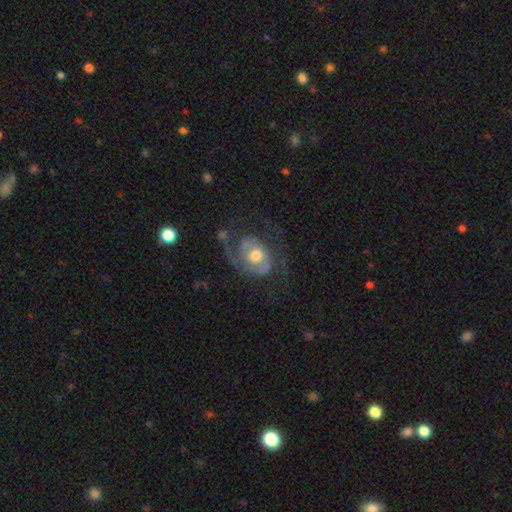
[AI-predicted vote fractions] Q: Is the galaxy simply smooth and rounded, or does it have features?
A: featured or disk — 71%.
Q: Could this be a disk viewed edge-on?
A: no — 96%.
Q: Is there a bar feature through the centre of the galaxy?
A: no — 70%.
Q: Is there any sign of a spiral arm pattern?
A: yes — 78%.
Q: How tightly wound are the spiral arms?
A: medium — 40%.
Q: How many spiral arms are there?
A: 2 — 49%.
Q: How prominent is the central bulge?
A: moderate — 72%.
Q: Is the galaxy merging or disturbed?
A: none — 43%.